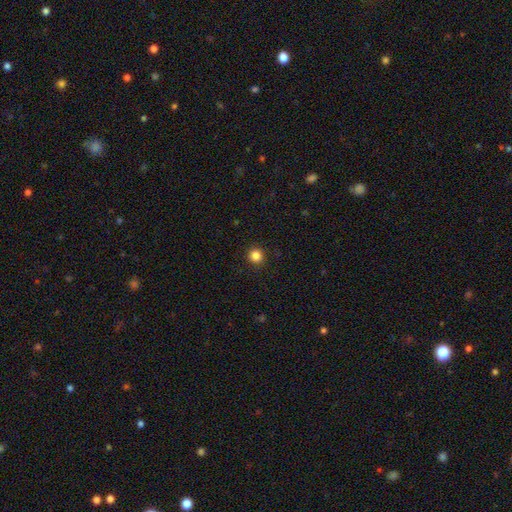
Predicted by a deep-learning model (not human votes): Smooth or featured? smooth (85%)
How rounded? round (94%)
Merging? none (93%)